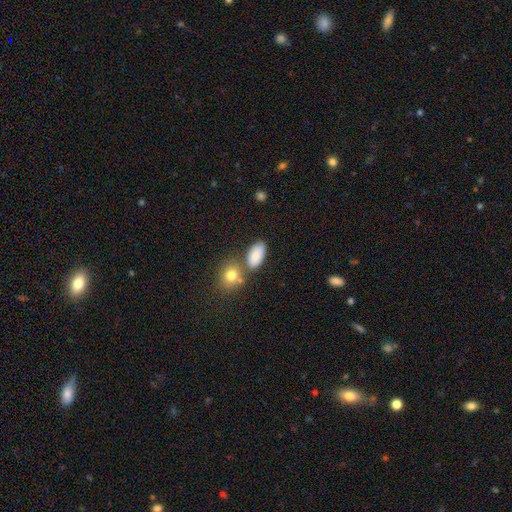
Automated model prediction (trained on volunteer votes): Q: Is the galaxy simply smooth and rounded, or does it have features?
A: smooth — 84%.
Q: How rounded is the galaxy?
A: in between — 91%.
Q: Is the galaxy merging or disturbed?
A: none — 67%.